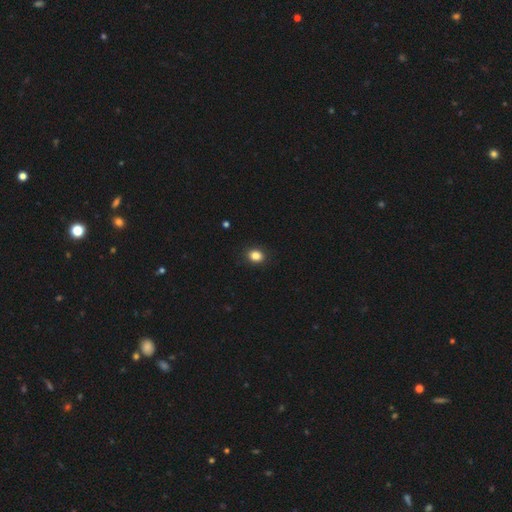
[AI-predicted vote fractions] Morphology: type=smooth (85%); roundness=round (52%); merging=none (89%).